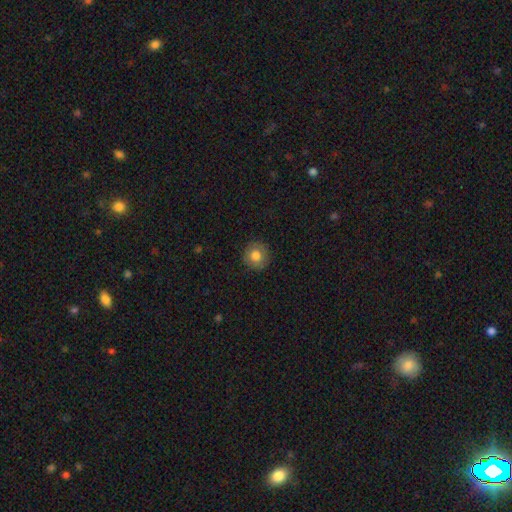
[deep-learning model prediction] Smooth or featured? Predicted: smooth (p=0.79). How rounded? Predicted: round (p=0.92). Merging? Predicted: none (p=0.89).